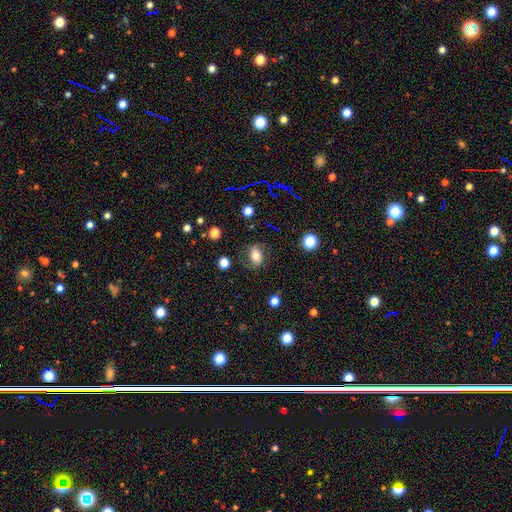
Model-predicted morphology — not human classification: Overall: smooth (50%; featured or disk 39%). Merging: none (70%).